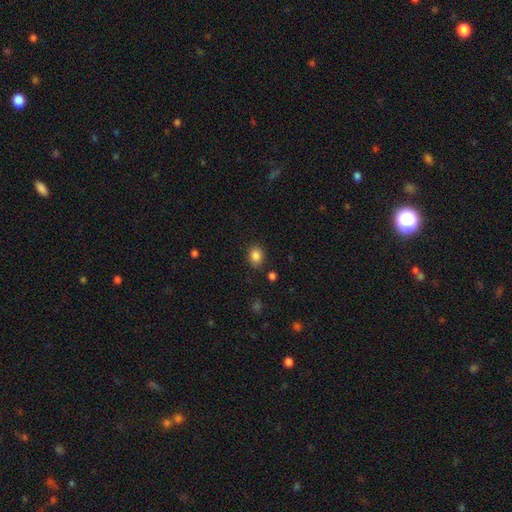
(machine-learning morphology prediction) This is clearly a smooth galaxy (85%). How rounded: possibly round (51%). Merging: clearly none (84%).